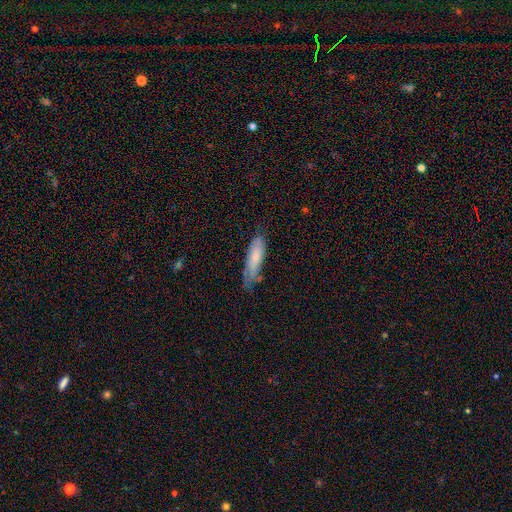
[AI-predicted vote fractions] smooth_or_featured: smooth (p=0.65) [alt: featured or disk p=0.29]
how_rounded: cigar-shaped (p=0.58) [alt: in between p=0.40]
merging: none (p=0.65) [alt: minor disturbance p=0.27]